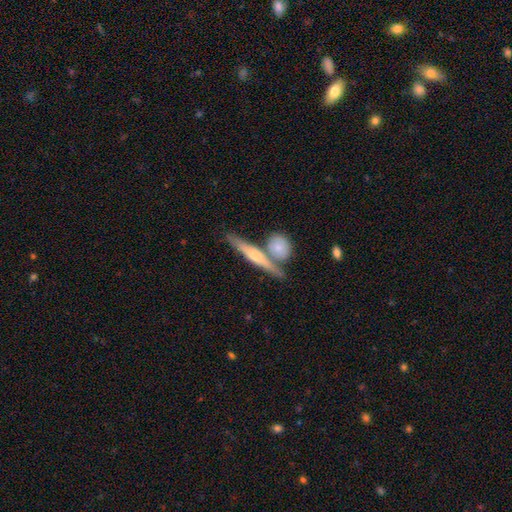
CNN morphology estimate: This appears to be a featured or disk galaxy (58%) viewed edge-on (93%) with a rounded central bulge (71%). Merging: none (65%).